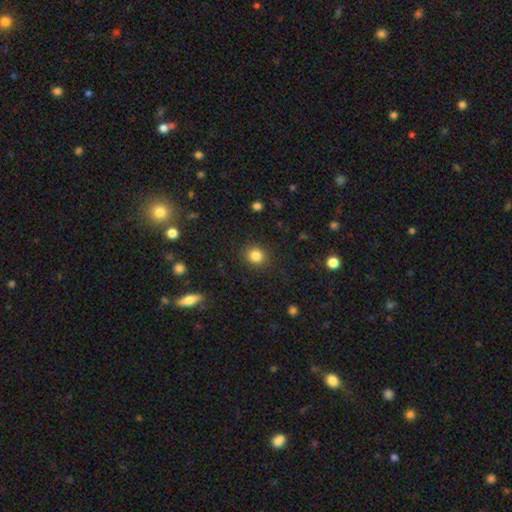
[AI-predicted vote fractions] Smooth or featured?
  - smooth: 84% *
  - star or artifact: 11%
  - featured or disk: 5%
How rounded?
  - round: 83% *
  - in between: 16%
  - cigar-shaped: 1%
Merging?
  - none: 89% *
  - minor disturbance: 7%
  - major disturbance: 3%
  - merger: 1%